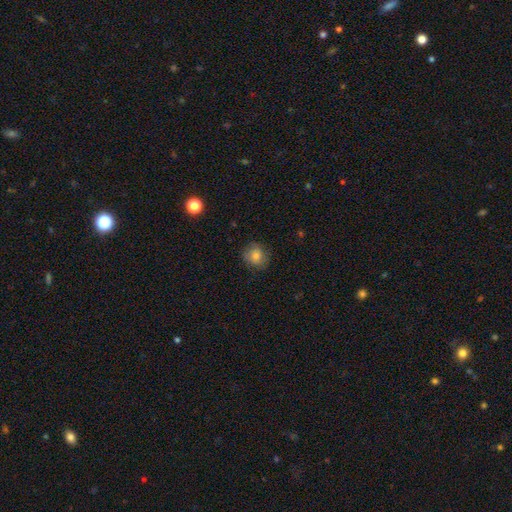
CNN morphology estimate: Smooth or featured: smooth — 79% (featured or disk — 11%)
How rounded: round — 78% (in between — 21%)
Merging: none — 80% (minor disturbance — 15%)